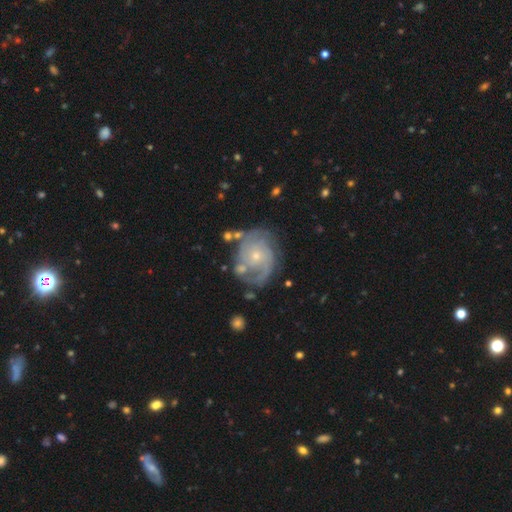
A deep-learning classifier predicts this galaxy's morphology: type=featured or disk (84%); edge-on=no (98%); bar=no (77%); spiral arms=yes (93%); winding=tight (50%); arm count=2 (44%); bulge=small (73%); merging=none (65%).